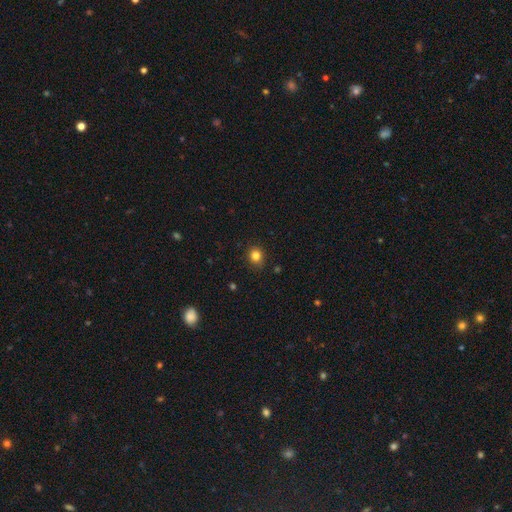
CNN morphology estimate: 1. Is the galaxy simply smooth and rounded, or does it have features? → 82% smooth, 13% star or artifact, 5% featured or disk.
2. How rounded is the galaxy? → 80% round, 19% in between, 1% cigar-shaped.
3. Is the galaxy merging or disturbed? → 87% none, 10% minor disturbance, 2% major disturbance, 1% merger.